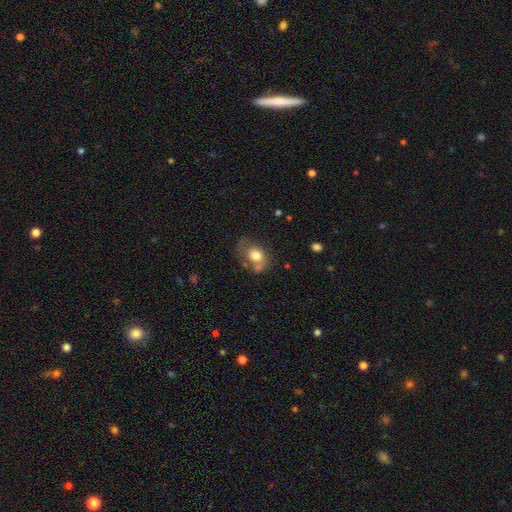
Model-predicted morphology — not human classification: A smooth galaxy with no disk features (73%) that is in between round and cigar-shaped (58%). Merging: none (46%).